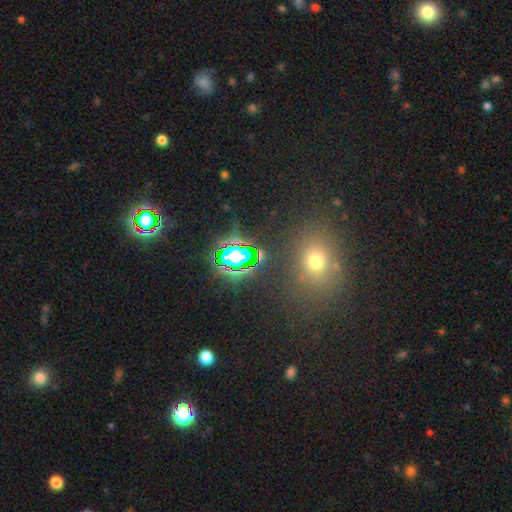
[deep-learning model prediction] Morphology: type=star or artifact (66%).